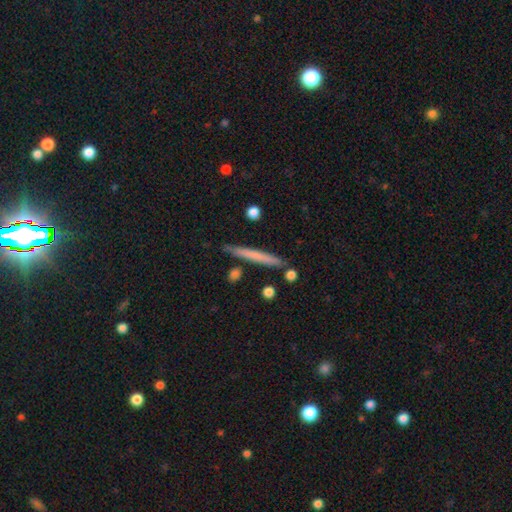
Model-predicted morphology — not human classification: smooth 62%, featured or disk 32%, star or artifact 6%. Down the decision tree: how rounded — cigar-shaped (96%); merging — none (86%).